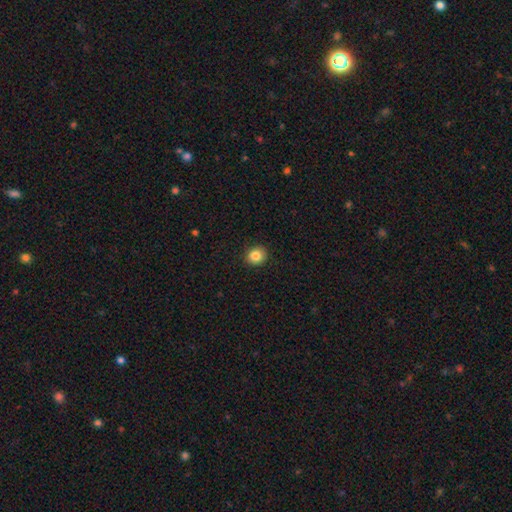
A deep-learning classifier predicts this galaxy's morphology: A smooth galaxy with no disk features (85%) that is round (84%).

Vote fractions:
- Smooth or featured? smooth: 85% / star or artifact: 10% / featured or disk: 5%
- How rounded? round: 84% / in between: 15% / cigar-shaped: 1%
- Merging? none: 92% / minor disturbance: 6% / major disturbance: 2% / merger: 1%